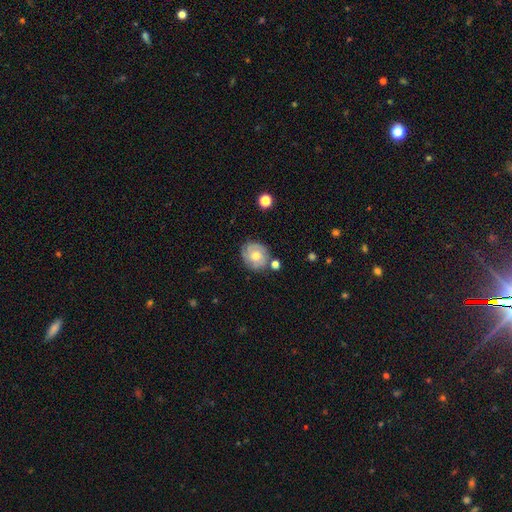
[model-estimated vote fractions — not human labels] Smooth or featured? Predicted: featured or disk (p=0.57). Edge-on disk? Predicted: no (p=0.97). Bar? Predicted: no (p=0.78). Spiral arms? Predicted: yes (p=0.84). Bulge size? Predicted: moderate (p=0.63). Merging? Predicted: none (p=0.72).